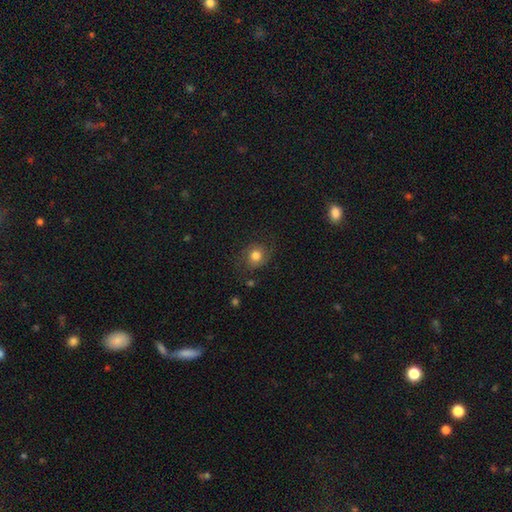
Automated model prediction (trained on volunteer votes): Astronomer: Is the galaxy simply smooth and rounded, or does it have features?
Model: smooth — 73%.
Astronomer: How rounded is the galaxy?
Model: round — 75%.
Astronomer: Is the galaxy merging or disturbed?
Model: none — 72%.